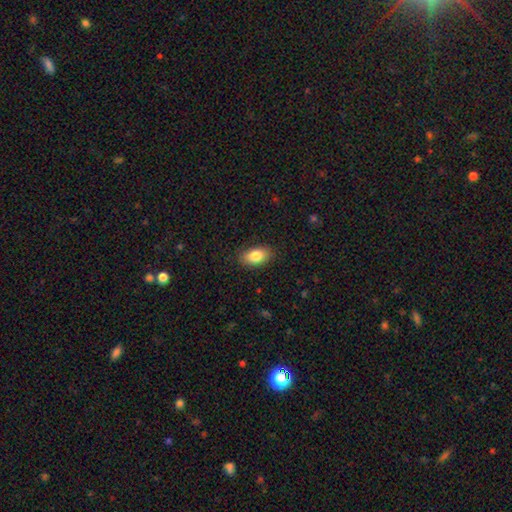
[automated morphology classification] Smooth or featured? smooth (83%)
How rounded? in between (91%)
Merging? none (87%)